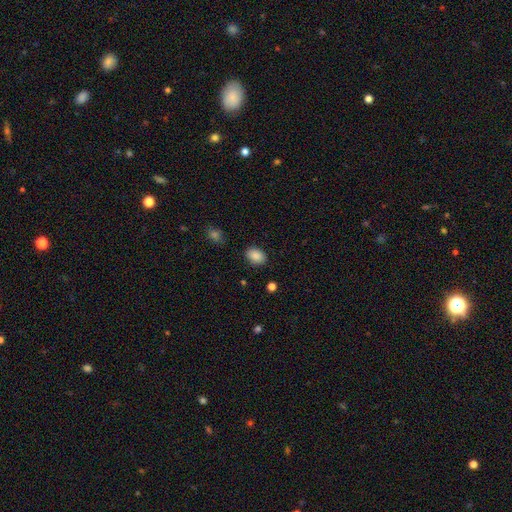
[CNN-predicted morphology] This appears to be a smooth galaxy with no disk features (88%) that is in between round and cigar-shaped (73%). Merging: none (85%).